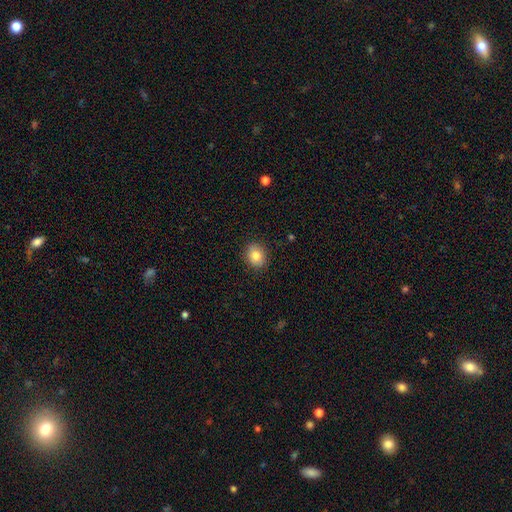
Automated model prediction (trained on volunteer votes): Smooth or featured?
  - smooth: 82% *
  - featured or disk: 9%
  - star or artifact: 9%
How rounded?
  - round: 63% *
  - in between: 36%
  - cigar-shaped: 1%
Merging?
  - none: 89% *
  - minor disturbance: 8%
  - major disturbance: 2%
  - merger: 1%